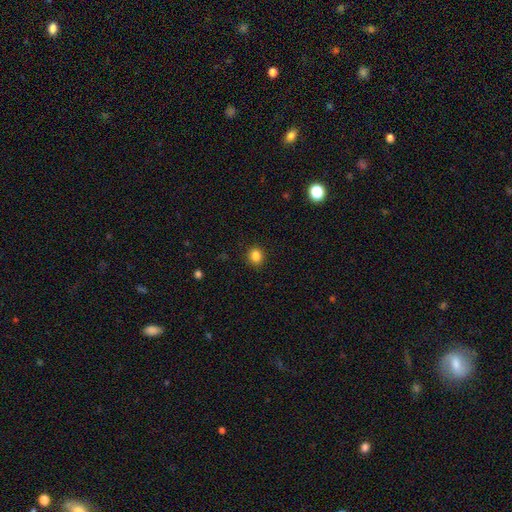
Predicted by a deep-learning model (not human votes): Overall: smooth (84%). How rounded: round (77%). Merging: none (91%).